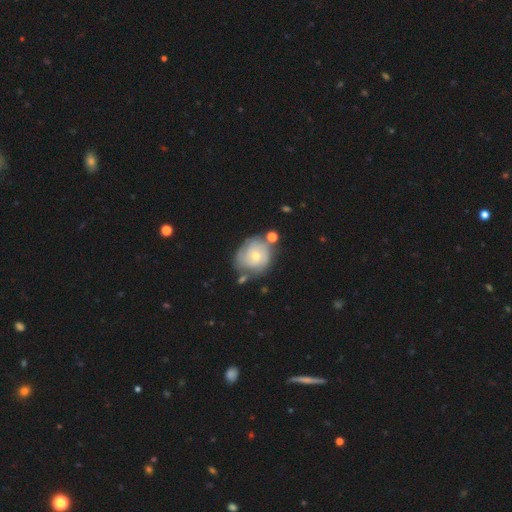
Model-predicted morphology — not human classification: A featured or disk galaxy (65%) with no bar (80%), tight (68%) spiral arms (81%) and a small central bulge (51%).

Vote fractions:
- Smooth or featured? featured or disk: 65% / smooth: 28% / star or artifact: 7%
- Edge-on disk? no: 97% / yes: 3%
- Bar? no: 80% / weak: 18% / strong: 3%
- Spiral arms? yes: 81% / no: 19%
- Spiral winding? tight: 68% / medium: 24% / loose: 8%
- Spiral arm count? can't tell: 46% / 2: 22% / 3: 16% / 4: 7% / 1: 5% / more than 4: 4%
- Bulge size? small: 51% / moderate: 45% / large: 2% / none: 1% / dominant: 1%
- Merging? none: 59% / minor disturbance: 21% / merger: 11% / major disturbance: 8%